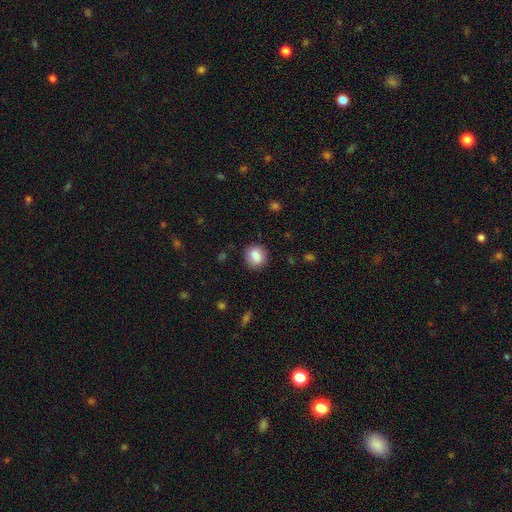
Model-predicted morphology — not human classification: smooth_or_featured: smooth (p=0.84) [alt: star or artifact p=0.08]
how_rounded: round (p=0.77) [alt: in between p=0.22]
merging: none (p=0.87) [alt: minor disturbance p=0.09]